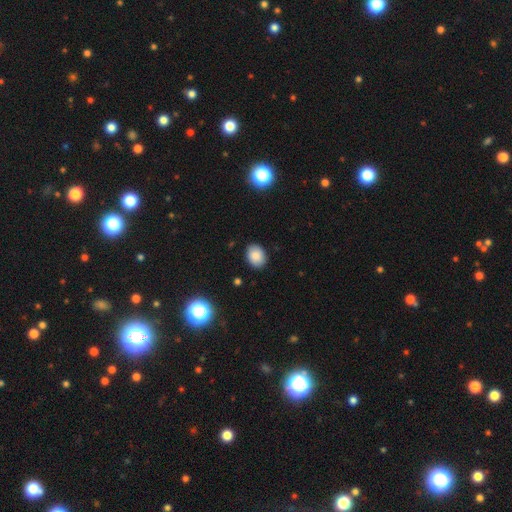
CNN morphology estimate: Overall: smooth (85%). How rounded: in between (65%; round 34%). Merging: none (87%).